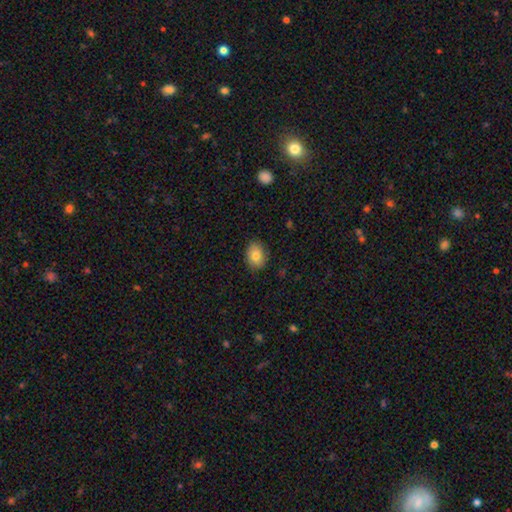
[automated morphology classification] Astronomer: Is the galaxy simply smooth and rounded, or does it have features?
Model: smooth — 80%.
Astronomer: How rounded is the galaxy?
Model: in between — 73%.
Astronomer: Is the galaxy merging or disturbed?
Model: none — 85%.